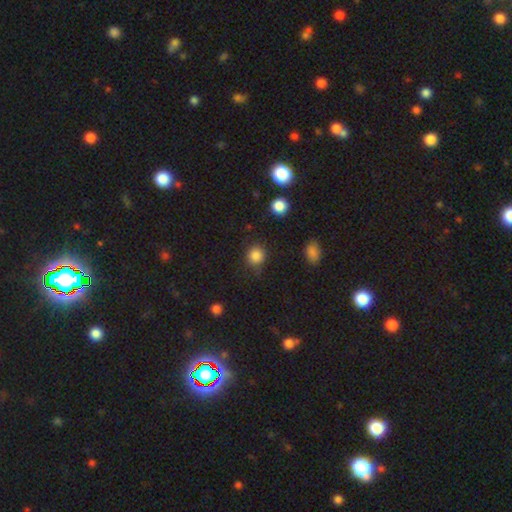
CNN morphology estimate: A smooth galaxy with no disk features (85%) that is round (88%). Merging: none (81%).